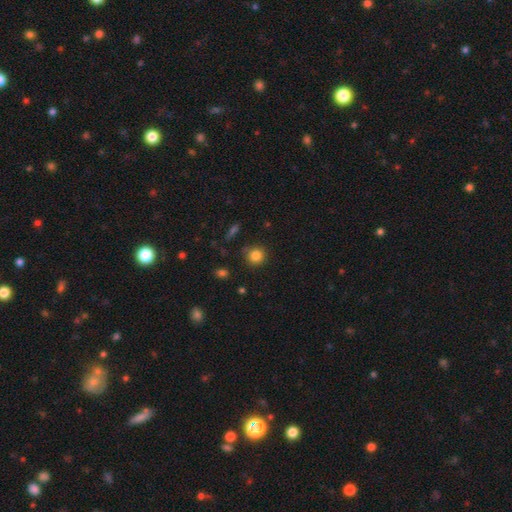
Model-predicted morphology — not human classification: type=smooth (84%); roundness=round (91%); merging=none (85%).